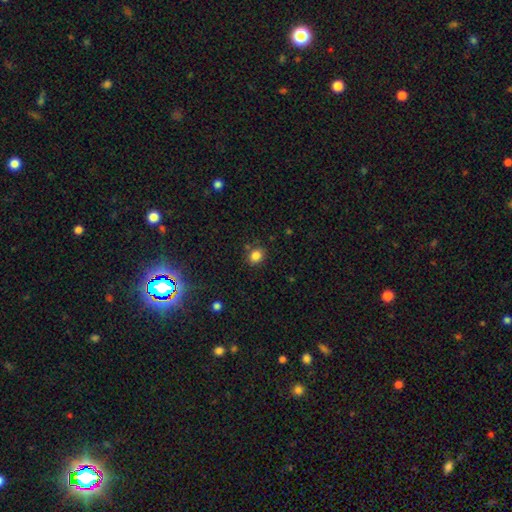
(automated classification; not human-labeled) A smooth galaxy with no disk features (83%) that is round (61%).

Vote fractions:
- Smooth or featured? smooth: 83% / star or artifact: 12% / featured or disk: 5%
- How rounded? round: 61% / in between: 38% / cigar-shaped: 1%
- Merging? none: 81% / minor disturbance: 11% / merger: 5% / major disturbance: 3%